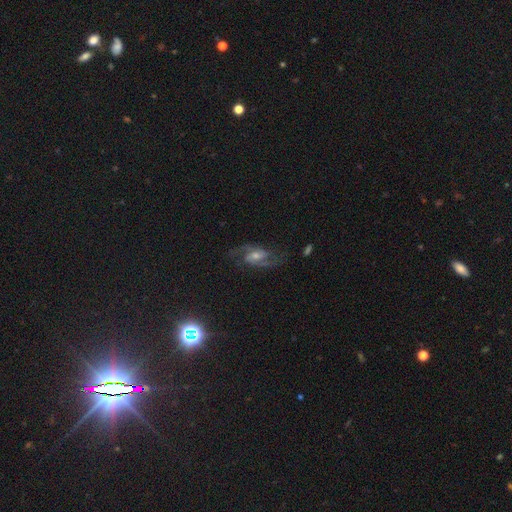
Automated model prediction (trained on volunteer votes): Overall: featured or disk (85%). Edge-on disk: no (97%). Bar: weak (53%; no 27%). Spiral arms: yes (97%). Spiral arm count: 2 (91%). Spiral winding: medium (58%; loose 25%). Bulge size: moderate (47%; small 40%). Merging: none (79%).